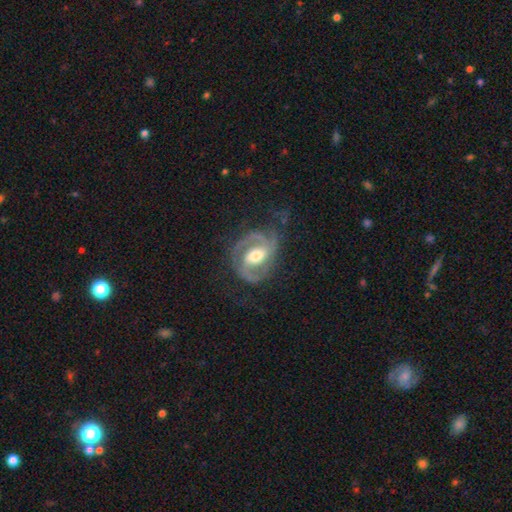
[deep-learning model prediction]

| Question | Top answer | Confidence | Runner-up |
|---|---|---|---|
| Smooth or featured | featured or disk | 90% | smooth (6%) |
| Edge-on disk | no | 98% | yes (2%) |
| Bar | weak | 45% | strong (29%) |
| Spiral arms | yes | 97% | no (3%) |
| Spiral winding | medium | 50% | tight (38%) |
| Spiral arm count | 2 | 76% | 3 (13%) |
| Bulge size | moderate | 66% | large (21%) |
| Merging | none | 67% | minor disturbance (19%) |